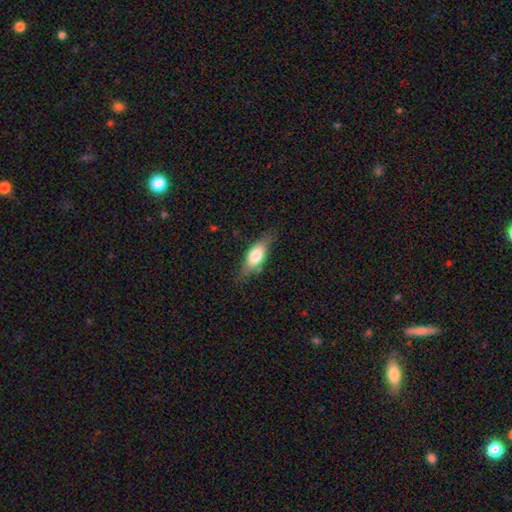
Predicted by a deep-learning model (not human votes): Smooth or featured? smooth (63%)
How rounded? in between (70%)
Merging? none (76%)